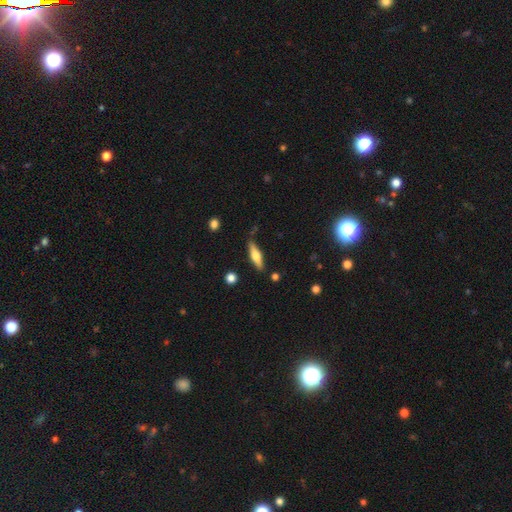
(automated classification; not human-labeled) Smooth or featured: smooth — 47% (featured or disk — 46%)
Merging: none — 83% (minor disturbance — 12%)